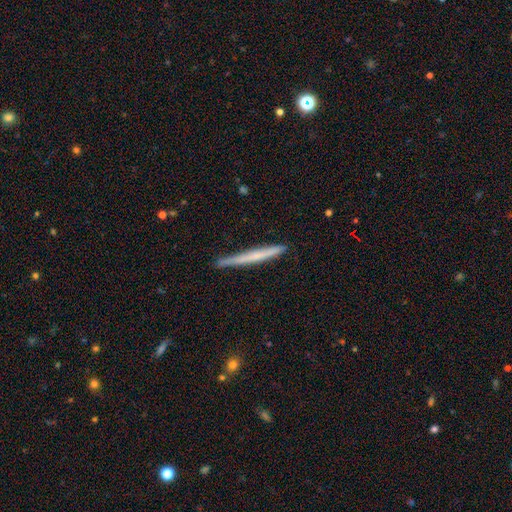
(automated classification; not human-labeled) Smooth or featured?
  - smooth: 51% *
  - featured or disk: 43%
  - star or artifact: 6%
How rounded?
  - cigar-shaped: 97% *
  - in between: 2%
  - round: 1%
Merging?
  - none: 87% *
  - minor disturbance: 10%
  - major disturbance: 2%
  - merger: 1%